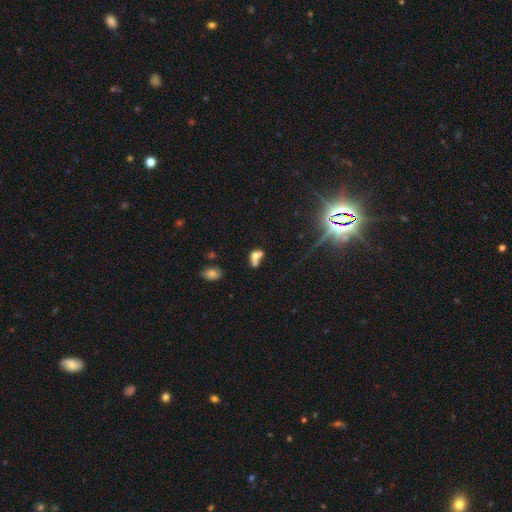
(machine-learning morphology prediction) The model was most divided on "smooth or featured": smooth: 61%, featured or disk: 23%, star or artifact: 16%. More confident: how rounded — in between (68%); merging — merger (59%).